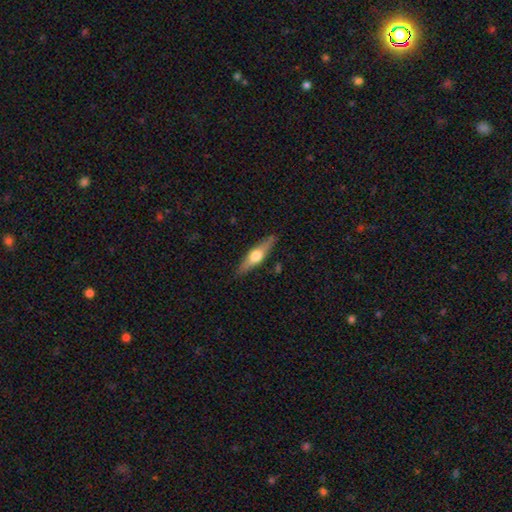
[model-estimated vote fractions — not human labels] Morphology: type=featured or disk (60%); edge-on=yes (94%); edge-on bulge=rounded (95%); merging=none (88%).